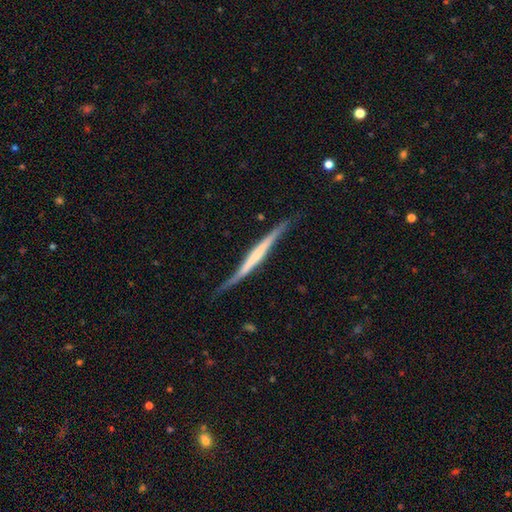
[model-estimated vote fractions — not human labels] Q: Smooth or featured?
A: featured or disk (71%); runner-up: smooth (24%)
Q: Edge-on disk?
A: yes (94%); runner-up: no (6%)
Q: Edge-on bulge?
A: none (59%); runner-up: rounded (23%)
Q: Merging?
A: none (69%); runner-up: minor disturbance (22%)